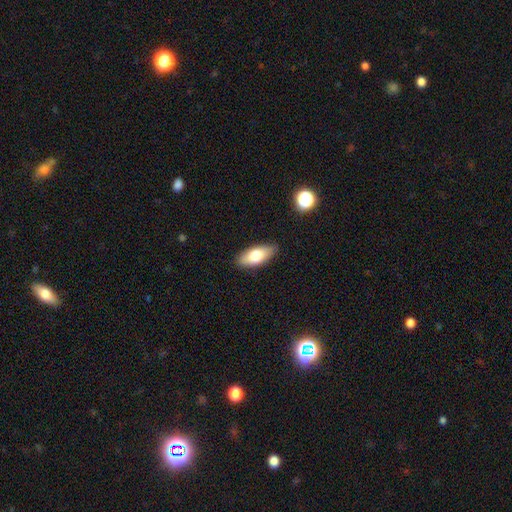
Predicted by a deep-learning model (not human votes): A smooth galaxy with no disk features (73%) that is in between round and cigar-shaped (81%).

Vote fractions:
- Smooth or featured? smooth: 73% / featured or disk: 20% / star or artifact: 7%
- How rounded? in between: 81% / cigar-shaped: 16% / round: 3%
- Merging? none: 86% / minor disturbance: 11% / major disturbance: 2% / merger: 1%